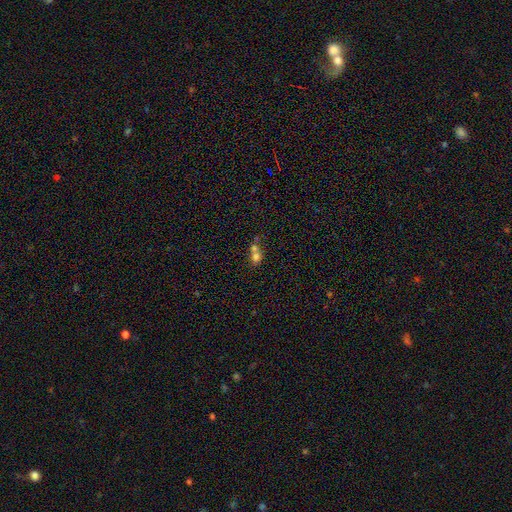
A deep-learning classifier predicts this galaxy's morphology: A smooth galaxy with no disk features (68%) that is round (69%).

Vote fractions:
- Smooth or featured? smooth: 68% / featured or disk: 16% / star or artifact: 15%
- How rounded? round: 69% / in between: 29% / cigar-shaped: 1%
- Merging? merger: 60% / none: 30% / minor disturbance: 6% / major disturbance: 3%